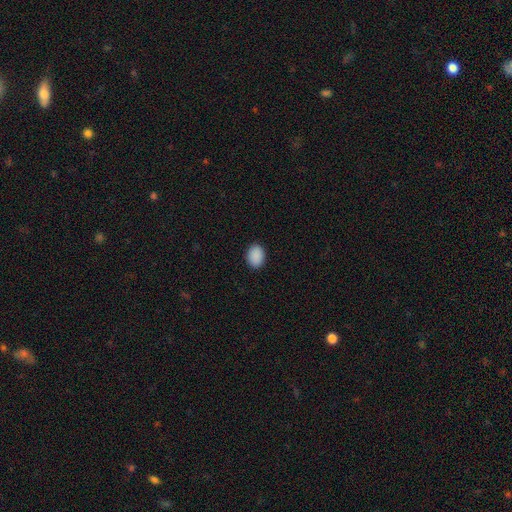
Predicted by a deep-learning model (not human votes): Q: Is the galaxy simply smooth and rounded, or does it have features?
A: smooth — 90%.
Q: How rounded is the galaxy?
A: in between — 70%.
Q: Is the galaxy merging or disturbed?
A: none — 90%.